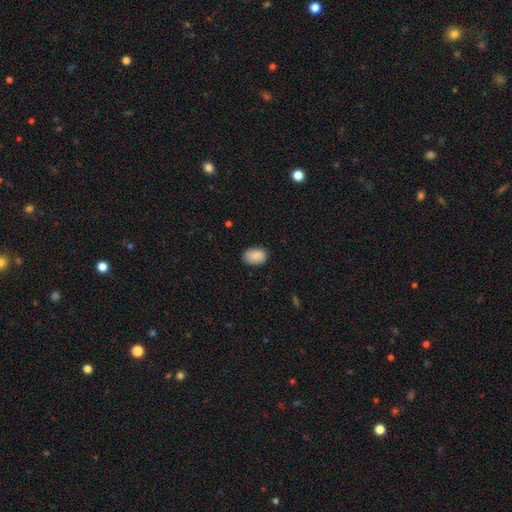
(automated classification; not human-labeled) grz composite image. It shows a smooth galaxy with no disk features (88%) that is in between round and cigar-shaped (85%). Merging: none (79%).